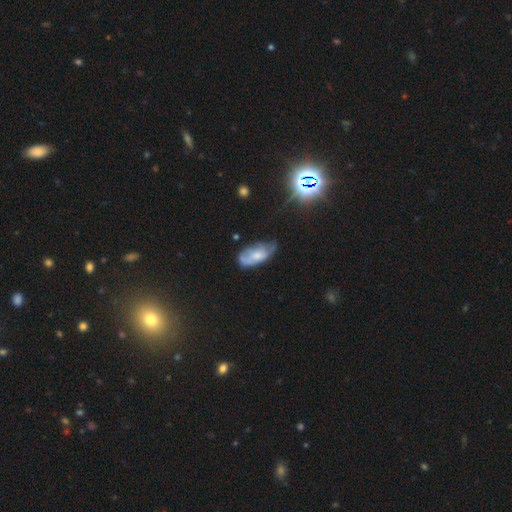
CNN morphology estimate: A smooth galaxy with no disk features (54%) that is in between round and cigar-shaped (90%).

Vote fractions:
- Smooth or featured? smooth: 54% / featured or disk: 38% / star or artifact: 9%
- How rounded? in between: 90% / cigar-shaped: 7% / round: 3%
- Merging? none: 42% / minor disturbance: 38% / major disturbance: 16% / merger: 4%